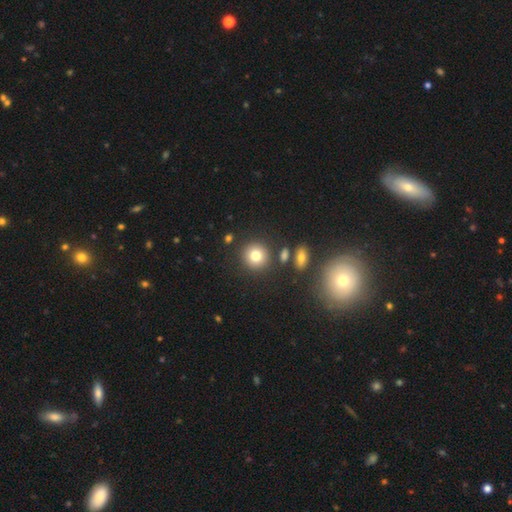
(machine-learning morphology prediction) type=smooth (80%); roundness=round (91%); merging=none (84%).